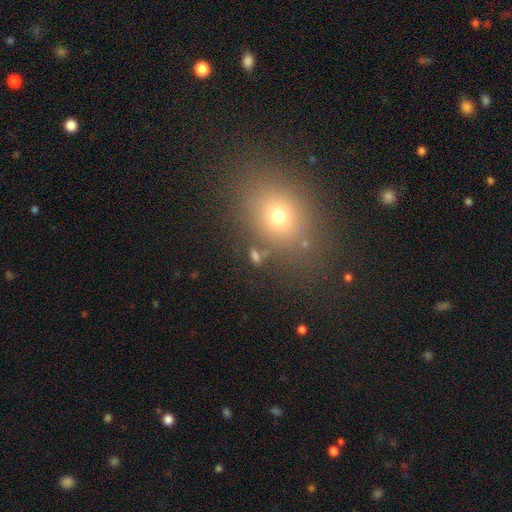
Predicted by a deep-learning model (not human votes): smooth-or-featured: smooth: 66% | star or artifact: 22% | featured or disk: 12%
  how-rounded: in between: 57% | round: 38% | cigar-shaped: 5%
  merging: none: 71% | minor disturbance: 11% | merger: 11% | major disturbance: 7%